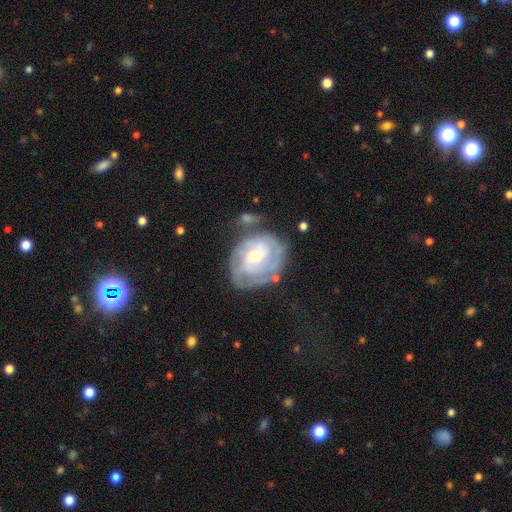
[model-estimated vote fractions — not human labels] smooth-or-featured: featured or disk: 78% | smooth: 17% | star or artifact: 5%
  disk-edge-on: no: 97% | yes: 3%
    bar: no: 48% | weak: 43% | strong: 8%
    has-spiral-arms: yes: 89% | no: 11%
      spiral-winding: tight: 58% | medium: 33% | loose: 10%
      spiral-arm-count: can't tell: 37% | 2: 28% | 3: 21% | 4: 6% | 1: 5% | more than 4: 4%
    bulge-size: moderate: 52% | small: 38% | large: 7% | none: 3% | dominant: 1%
  merging: none: 57% | minor disturbance: 23% | major disturbance: 13% | merger: 7%